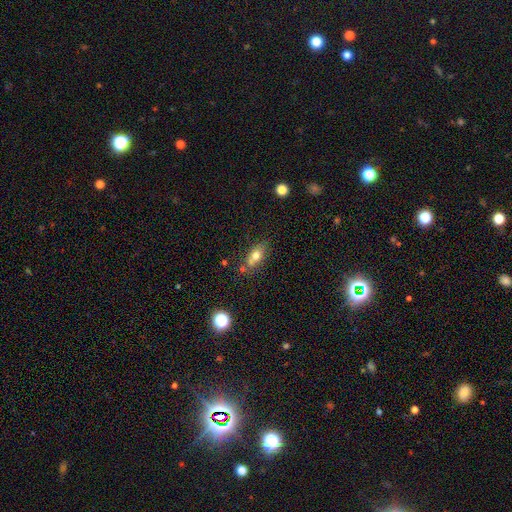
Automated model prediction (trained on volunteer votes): Smooth or featured?
  - smooth: 67% *
  - featured or disk: 22%
  - star or artifact: 11%
How rounded?
  - in between: 74% *
  - round: 17%
  - cigar-shaped: 9%
Merging?
  - none: 55% *
  - merger: 23%
  - minor disturbance: 17%
  - major disturbance: 5%